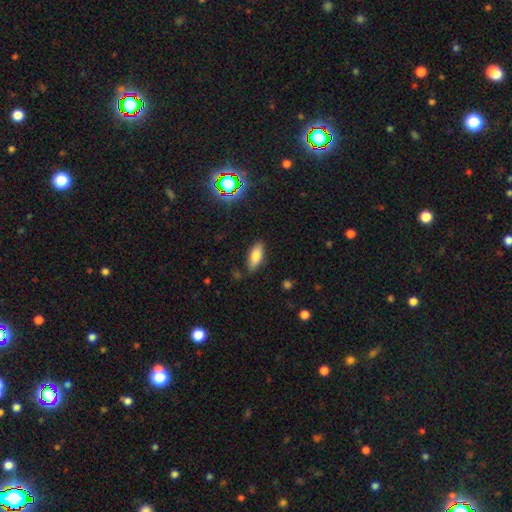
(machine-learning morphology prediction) Smooth or featured? Predicted: smooth (p=0.77). How rounded? Predicted: in between (p=0.76). Merging? Predicted: none (p=0.81).